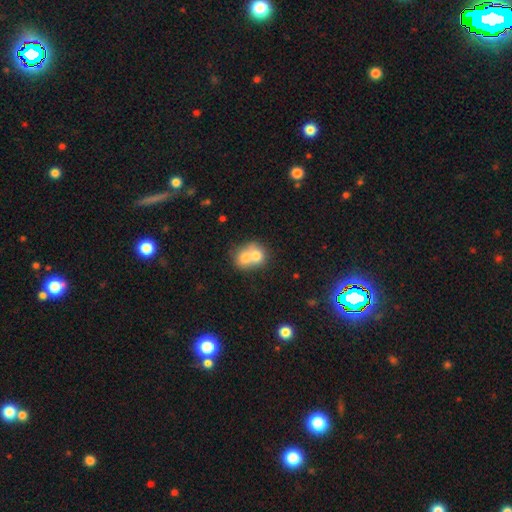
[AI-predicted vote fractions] This appears to be a smooth galaxy with no disk features (68%) that is round (67%). Merging: merger (74%).